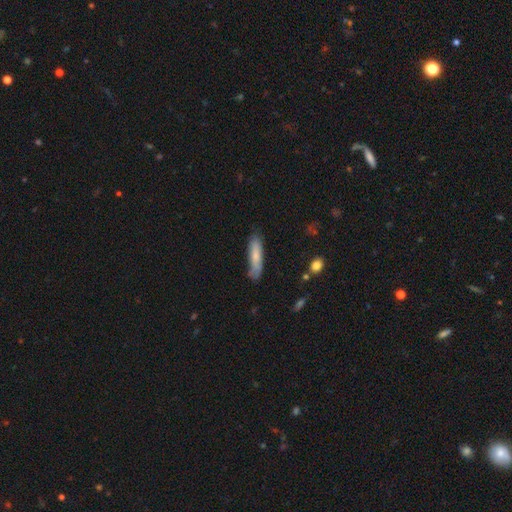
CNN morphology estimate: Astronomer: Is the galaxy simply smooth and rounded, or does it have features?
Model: smooth — 74%.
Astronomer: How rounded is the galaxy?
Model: cigar-shaped — 76%.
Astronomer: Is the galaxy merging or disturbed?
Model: none — 70%.